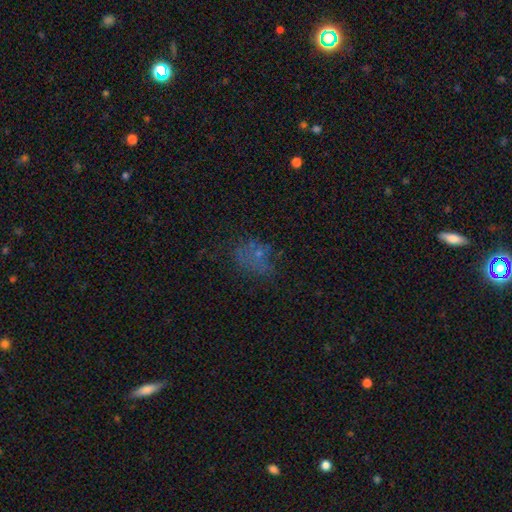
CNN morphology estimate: The model was most divided on "merging": none: 46%, major disturbance: 25%, minor disturbance: 24%, merger: 5%. More confident: how rounded — in between (64%); smooth or featured — smooth (50%).